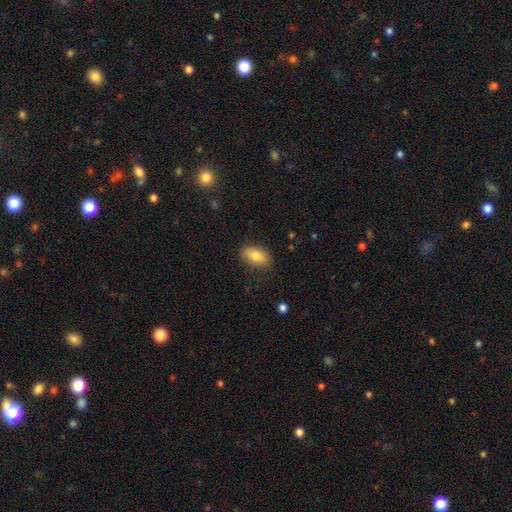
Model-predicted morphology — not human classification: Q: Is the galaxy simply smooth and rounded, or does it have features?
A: smooth — 81%.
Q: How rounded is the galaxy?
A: in between — 90%.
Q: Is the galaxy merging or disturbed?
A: none — 83%.